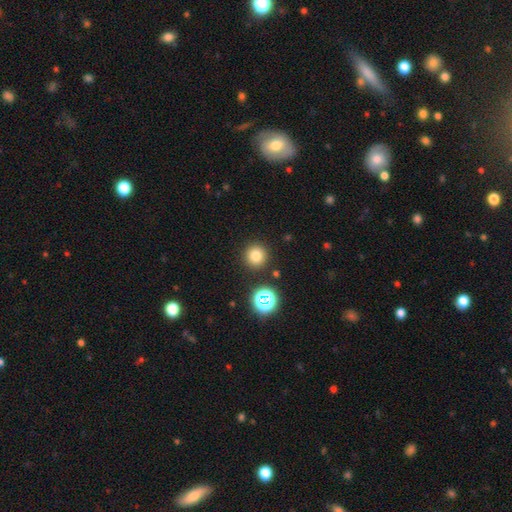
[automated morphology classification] This is likely a smooth galaxy (77%). How rounded: clearly round (94%). Merging: clearly none (88%).